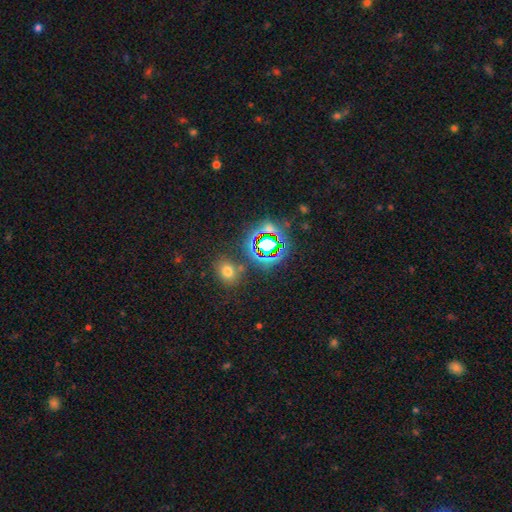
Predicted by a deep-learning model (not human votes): Smooth or featured? star or artifact (64%)